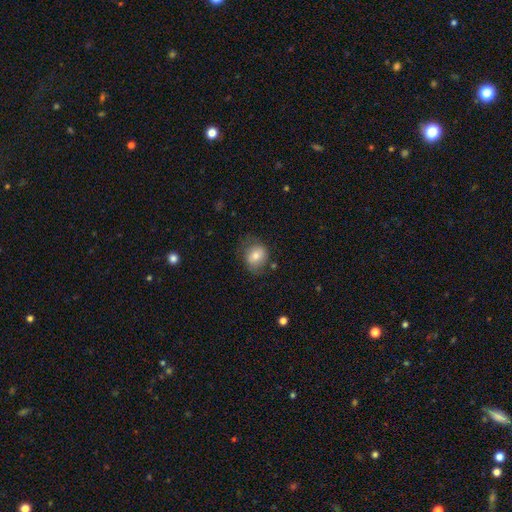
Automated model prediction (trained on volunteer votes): Smooth or featured? smooth (73%)
How rounded? round (56%)
Merging? none (63%)